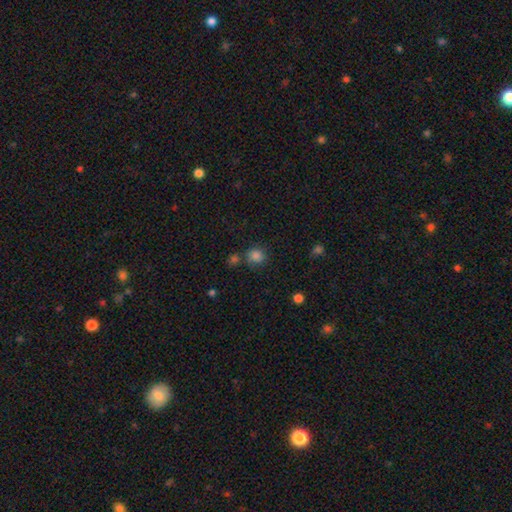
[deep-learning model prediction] Smooth or featured?
  - smooth: 82% *
  - star or artifact: 13%
  - featured or disk: 5%
How rounded?
  - round: 79% *
  - in between: 20%
  - cigar-shaped: 1%
Merging?
  - none: 64% *
  - minor disturbance: 15%
  - merger: 15%
  - major disturbance: 6%